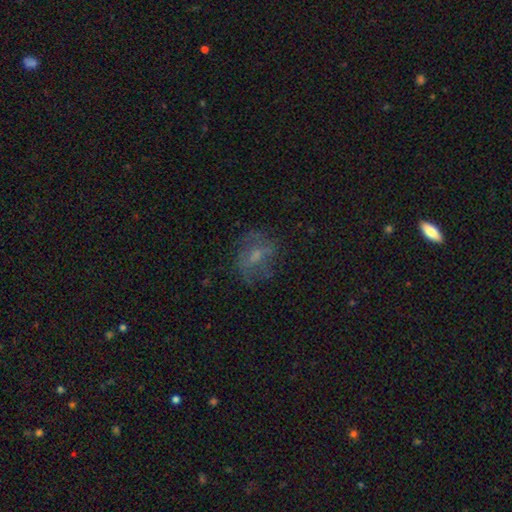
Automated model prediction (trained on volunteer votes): Smooth or featured?
  - featured or disk: 45% *
  - smooth: 41%
  - star or artifact: 14%
Merging?
  - none: 64% *
  - minor disturbance: 19%
  - major disturbance: 16%
  - merger: 2%